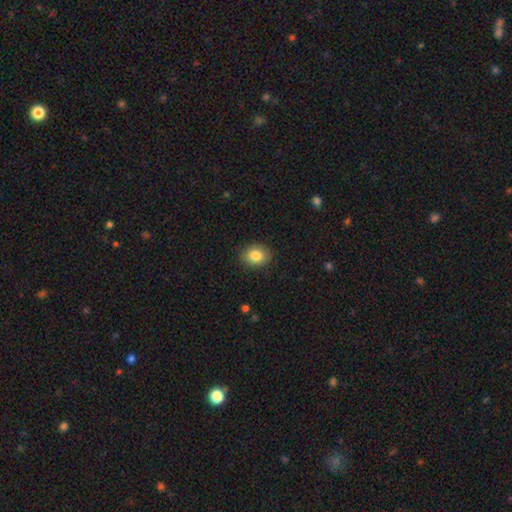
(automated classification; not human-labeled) The model was most divided on "how rounded": round: 50%, in between: 49%, cigar-shaped: 1%. More confident: merging — none (89%); smooth or featured — smooth (84%).